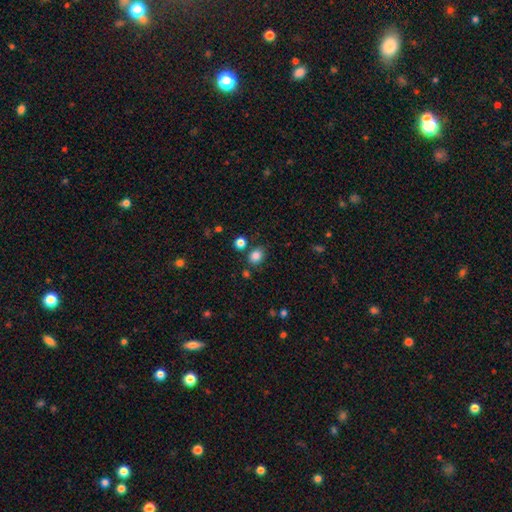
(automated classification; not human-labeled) smooth-or-featured: smooth: 84% | star or artifact: 12% | featured or disk: 5%
  how-rounded: in between: 52% | round: 47% | cigar-shaped: 1%
  merging: none: 78% | minor disturbance: 11% | merger: 7% | major disturbance: 4%